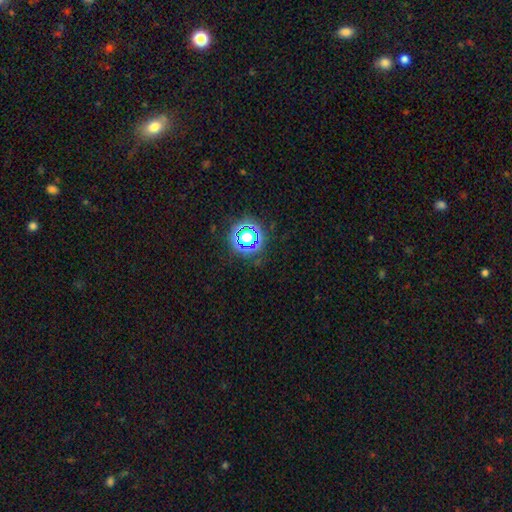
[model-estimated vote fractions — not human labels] smooth_or_featured: star or artifact (p=0.76) [alt: smooth p=0.17]